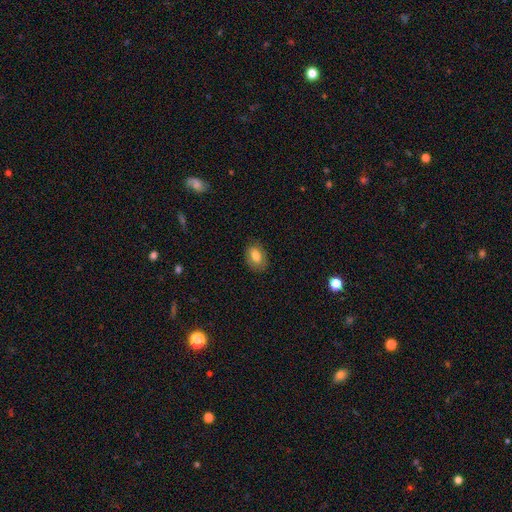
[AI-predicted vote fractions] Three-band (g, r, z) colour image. It shows a smooth galaxy with no disk features (77%) that is in between round and cigar-shaped (82%). Merging: none (82%).